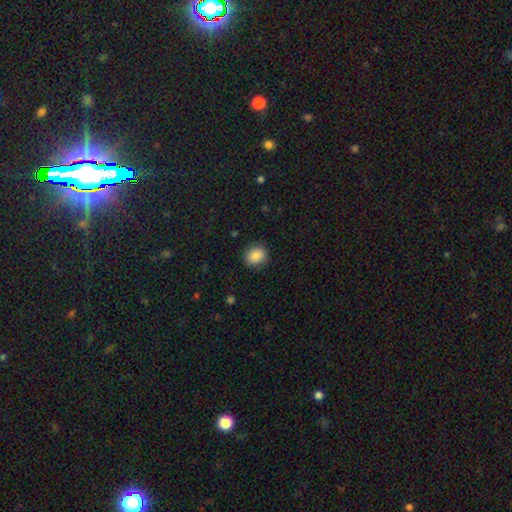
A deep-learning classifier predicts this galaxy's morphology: This is clearly a smooth galaxy (86%). How rounded: likely round (74%). Merging: clearly none (85%).